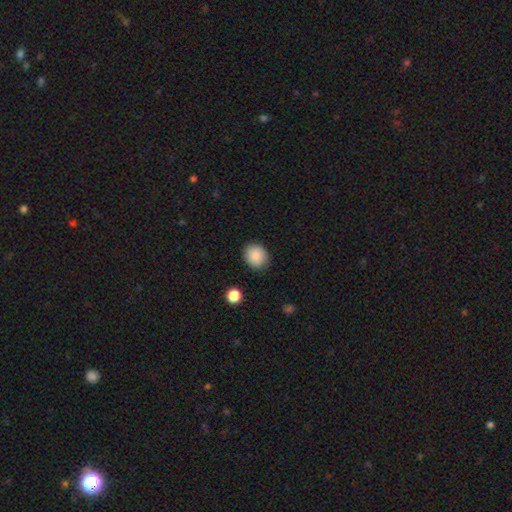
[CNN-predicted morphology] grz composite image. It shows a smooth galaxy with no disk features (88%) that is round (72%). Merging: none (88%).